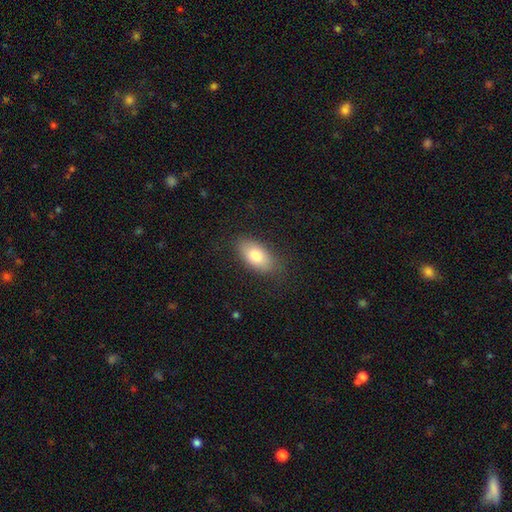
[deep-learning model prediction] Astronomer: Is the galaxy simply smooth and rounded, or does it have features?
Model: smooth — 78%.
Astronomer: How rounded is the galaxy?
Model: in between — 91%.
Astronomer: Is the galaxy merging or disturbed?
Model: none — 81%.